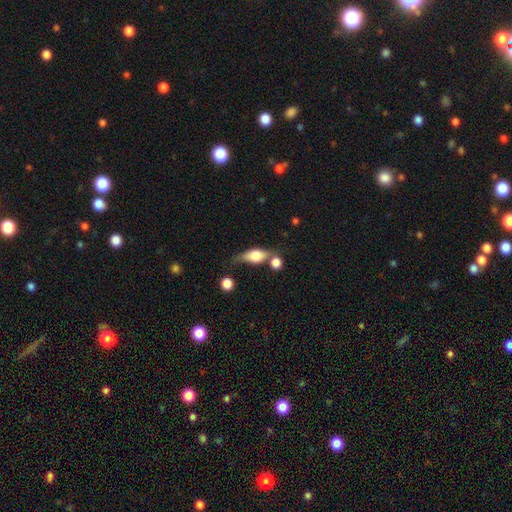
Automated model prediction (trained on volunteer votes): Smooth or featured? Predicted: smooth (p=0.56). How rounded? Predicted: in between (p=0.69). Merging? Predicted: none (p=0.48).